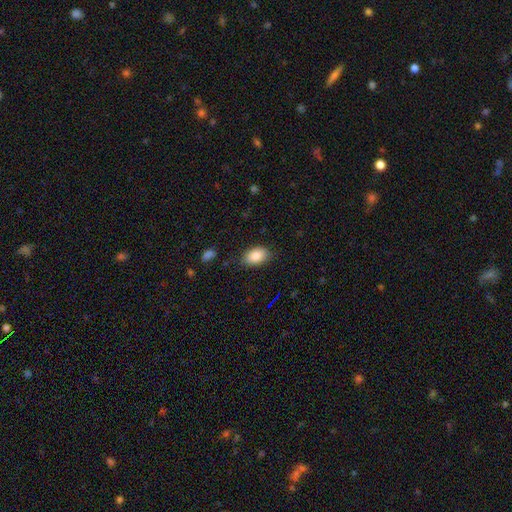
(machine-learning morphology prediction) Smooth or featured: smooth — 86% (star or artifact — 8%)
How rounded: in between — 89% (round — 9%)
Merging: none — 81% (minor disturbance — 14%)